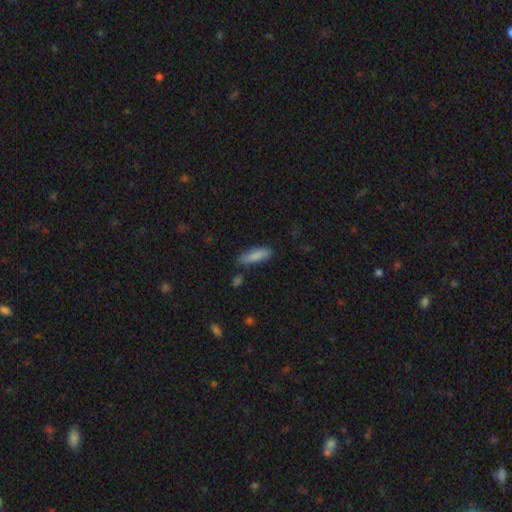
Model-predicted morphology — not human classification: Smooth or featured? smooth (86%)
How rounded? cigar-shaped (52%)
Merging? none (75%)